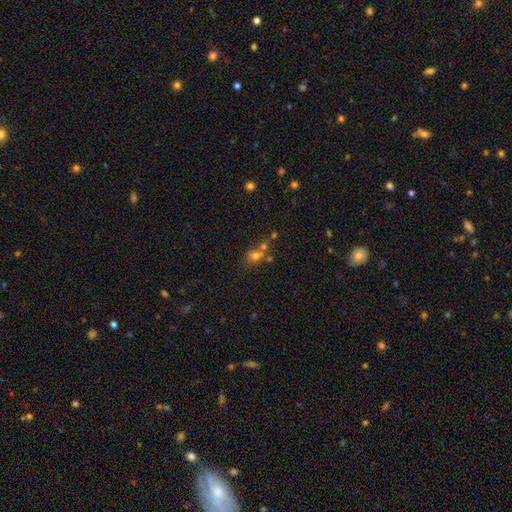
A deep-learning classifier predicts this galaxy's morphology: type=smooth (61%); roundness=round (66%); merging=merger (46%).